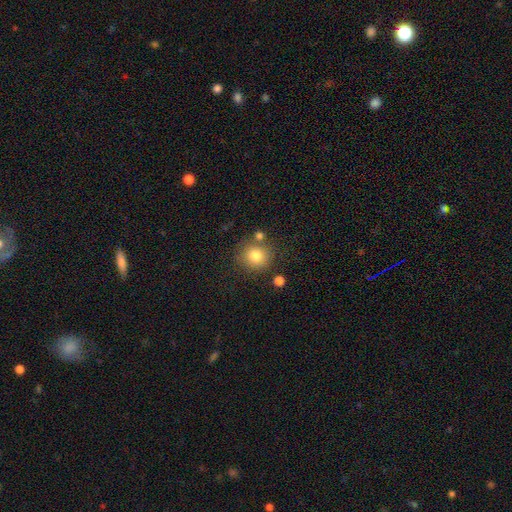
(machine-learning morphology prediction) This appears to be a smooth galaxy with no disk features (80%) that is round (90%). Merging: none (75%).